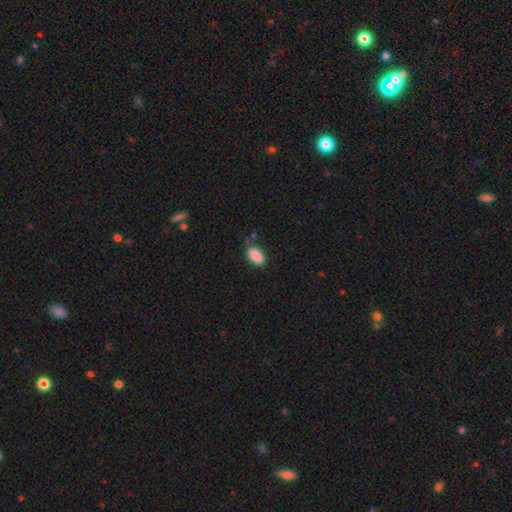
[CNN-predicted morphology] This is clearly a smooth galaxy (89%). How rounded: clearly in between (93%). Merging: likely none (76%).